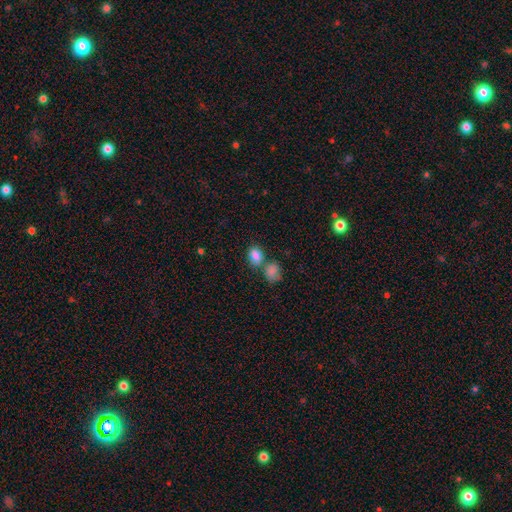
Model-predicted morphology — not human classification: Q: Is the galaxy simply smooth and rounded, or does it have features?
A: smooth — 84%.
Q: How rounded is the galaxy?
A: in between — 69%.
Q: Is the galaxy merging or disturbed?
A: none — 51%.